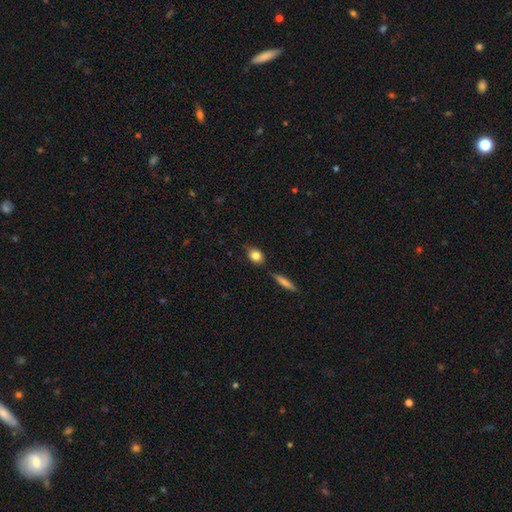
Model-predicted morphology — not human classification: smooth 82%, featured or disk 10%, star or artifact 8%. Down the decision tree: how rounded — in between (64%); merging — none (78%).